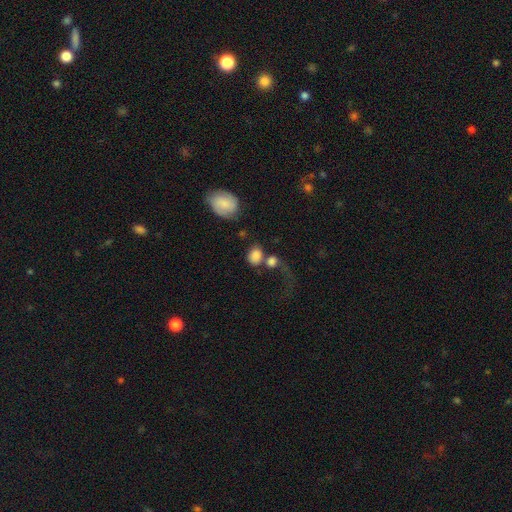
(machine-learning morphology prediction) Smooth or featured? Predicted: smooth (p=0.83). How rounded? Predicted: round (p=0.52). Merging? Predicted: none (p=0.45).